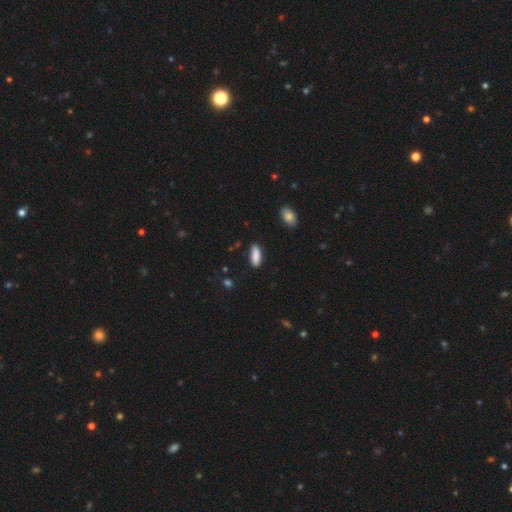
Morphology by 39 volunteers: A smooth galaxy with no disk features (95%) that is in between round and cigar-shaped (54%). Merging: none (84%).